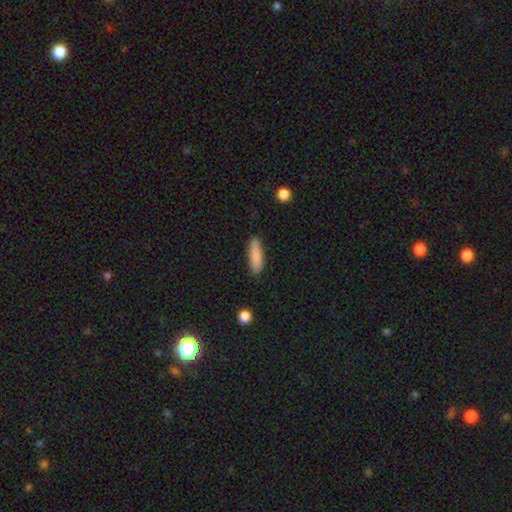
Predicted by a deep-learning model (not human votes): Smooth or featured: smooth — 86% (featured or disk — 8%)
How rounded: cigar-shaped — 55% (in between — 43%)
Merging: none — 85% (minor disturbance — 11%)